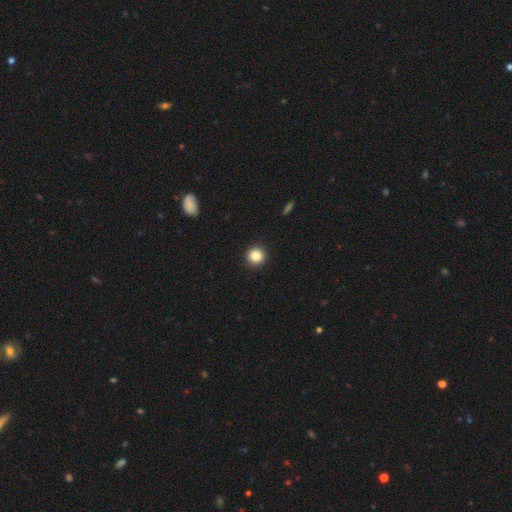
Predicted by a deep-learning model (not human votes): Smooth or featured? smooth (85%)
How rounded? round (94%)
Merging? none (93%)